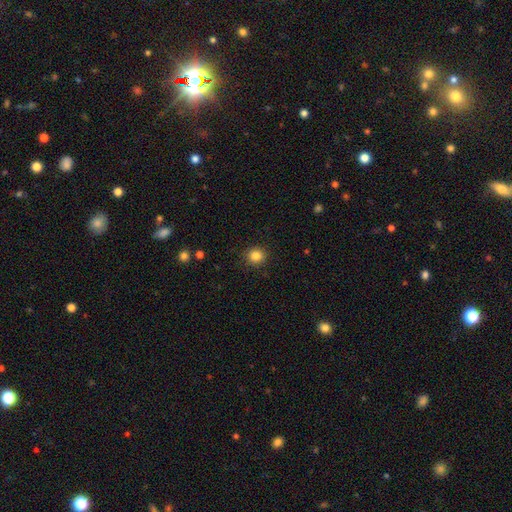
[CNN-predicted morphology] Q: Smooth or featured?
A: smooth (84%); runner-up: star or artifact (11%)
Q: How rounded?
A: round (88%); runner-up: in between (11%)
Q: Merging?
A: none (90%); runner-up: minor disturbance (7%)